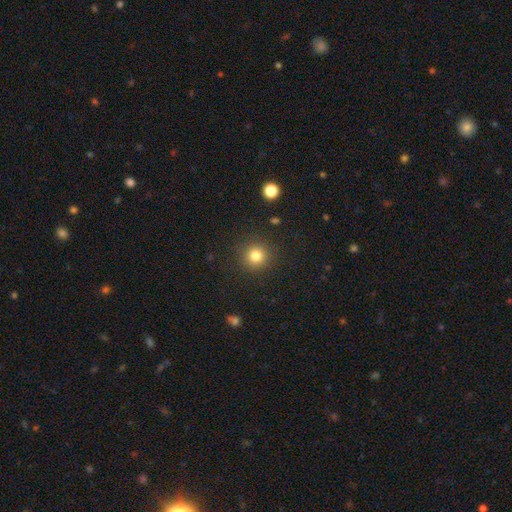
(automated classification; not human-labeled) A smooth galaxy with no disk features (81%) that is round (94%). Merging: none (90%).